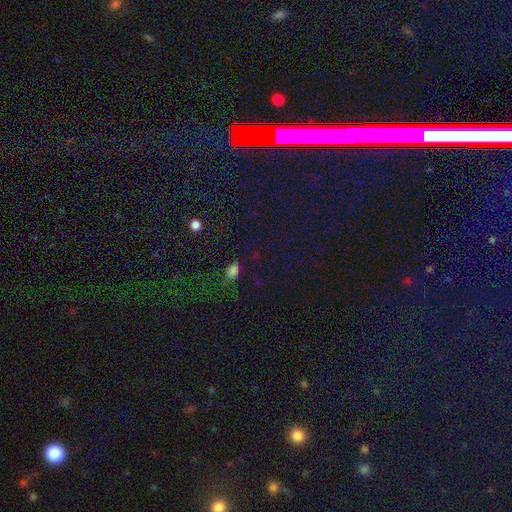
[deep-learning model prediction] Q: Smooth or featured?
A: smooth (53%); runner-up: star or artifact (41%)
Q: How rounded?
A: in between (58%); runner-up: round (39%)
Q: Merging?
A: none (74%); runner-up: minor disturbance (15%)